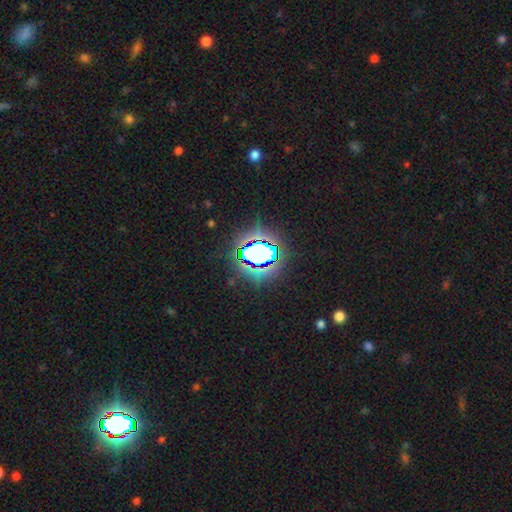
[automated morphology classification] Overall: star or artifact (66%).